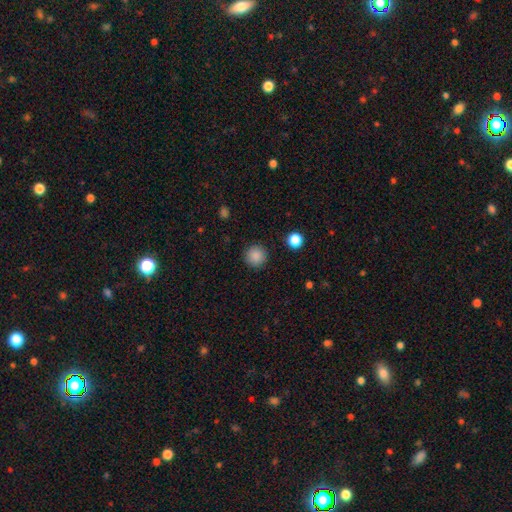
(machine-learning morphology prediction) This is clearly a smooth galaxy (87%). How rounded: clearly round (95%). Merging: clearly none (91%).